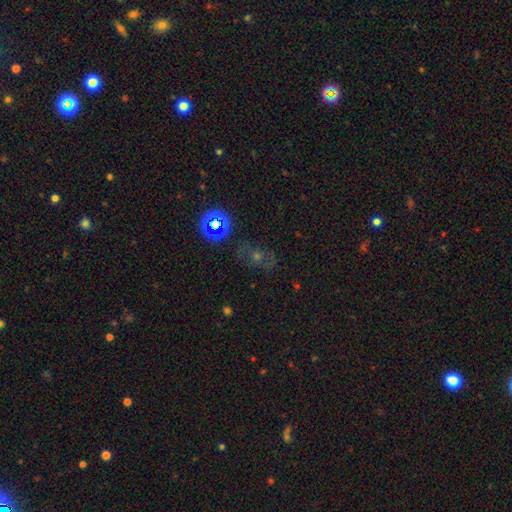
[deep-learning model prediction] Q: Smooth or featured?
A: star or artifact (42%); runner-up: smooth (29%)